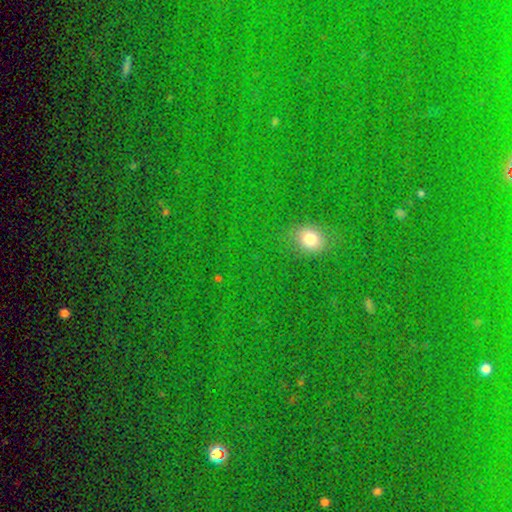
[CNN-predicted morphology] Q: Smooth or featured?
A: star or artifact (52%); runner-up: smooth (40%)